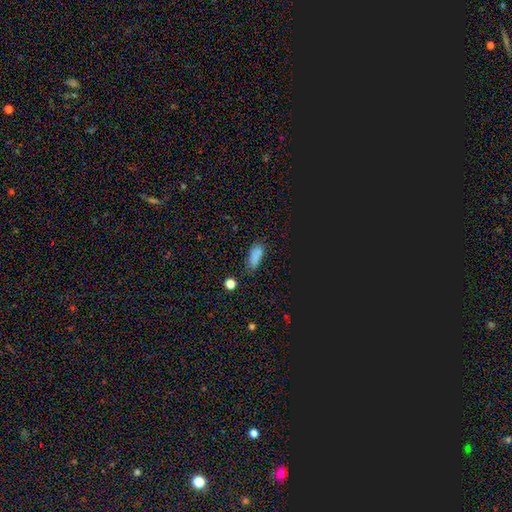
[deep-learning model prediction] Smooth or featured? smooth (74%)
How rounded? in between (74%)
Merging? none (63%)